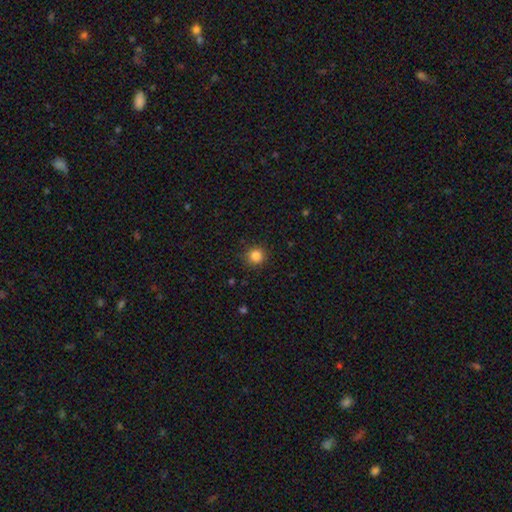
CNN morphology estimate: Q: Smooth or featured?
A: smooth (85%); runner-up: star or artifact (11%)
Q: How rounded?
A: round (93%); runner-up: in between (6%)
Q: Merging?
A: none (90%); runner-up: minor disturbance (7%)